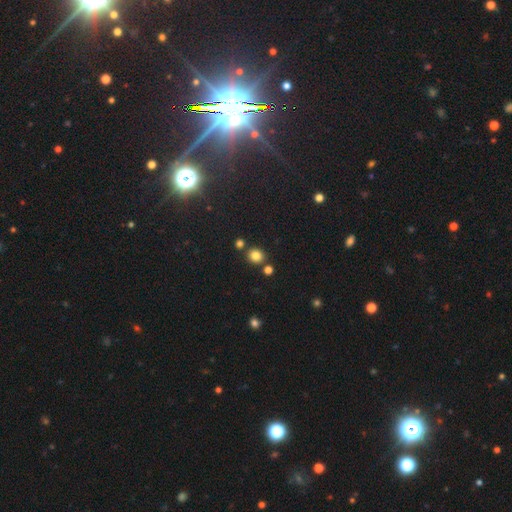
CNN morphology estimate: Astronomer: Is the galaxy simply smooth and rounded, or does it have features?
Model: smooth — 81%.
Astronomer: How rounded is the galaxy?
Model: round — 80%.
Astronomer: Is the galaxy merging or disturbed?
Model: none — 79%.